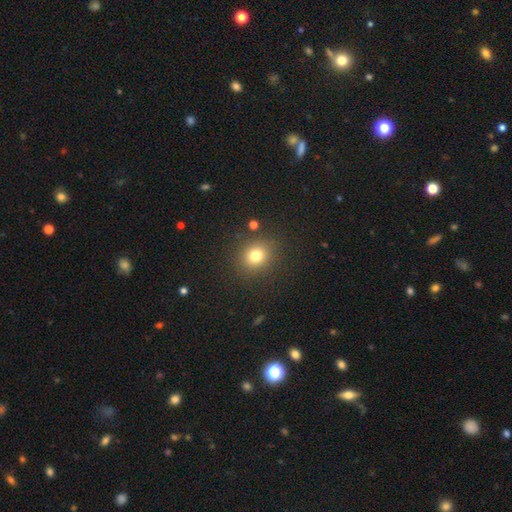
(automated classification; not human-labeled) The model was most divided on "smooth or featured": smooth: 78%, star or artifact: 15%, featured or disk: 8%. More confident: merging — none (87%); how rounded — round (81%).